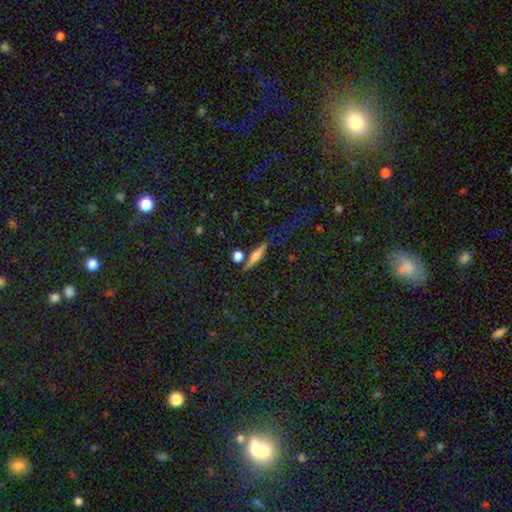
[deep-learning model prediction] A smooth galaxy with no disk features (54%) that is cigar-shaped (76%).

Vote fractions:
- Smooth or featured? smooth: 54% / featured or disk: 37% / star or artifact: 10%
- How rounded? cigar-shaped: 76% / in between: 18% / round: 6%
- Merging? none: 78% / minor disturbance: 11% / merger: 7% / major disturbance: 4%